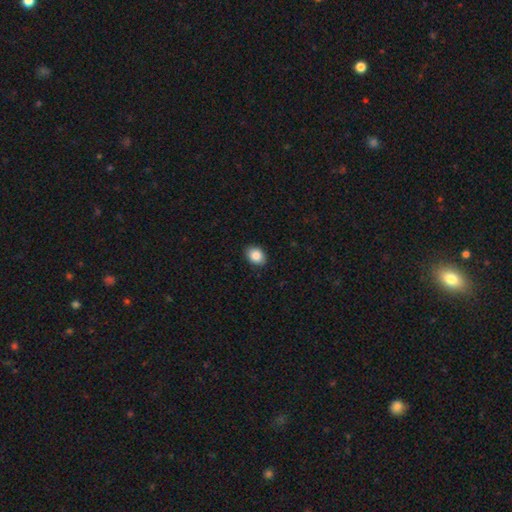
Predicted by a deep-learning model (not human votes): Q: Smooth or featured?
A: smooth (87%); runner-up: star or artifact (8%)
Q: How rounded?
A: in between (72%); runner-up: round (27%)
Q: Merging?
A: none (90%); runner-up: minor disturbance (7%)